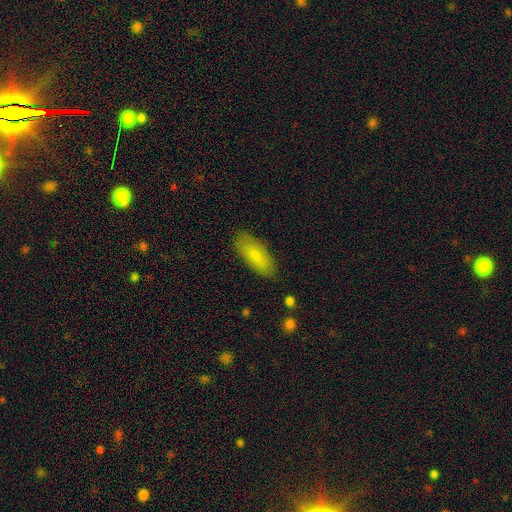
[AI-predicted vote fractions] A smooth galaxy with no disk features (81%) that is in between round and cigar-shaped (78%).

Vote fractions:
- Smooth or featured? smooth: 81% / featured or disk: 13% / star or artifact: 6%
- How rounded? in between: 78% / cigar-shaped: 20% / round: 2%
- Merging? none: 84% / minor disturbance: 12% / major disturbance: 3% / merger: 1%